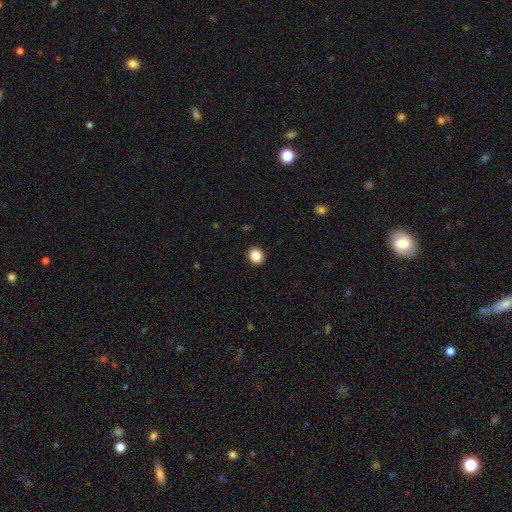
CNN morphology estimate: A smooth galaxy with no disk features (87%) that is round (74%). Merging: none (92%).